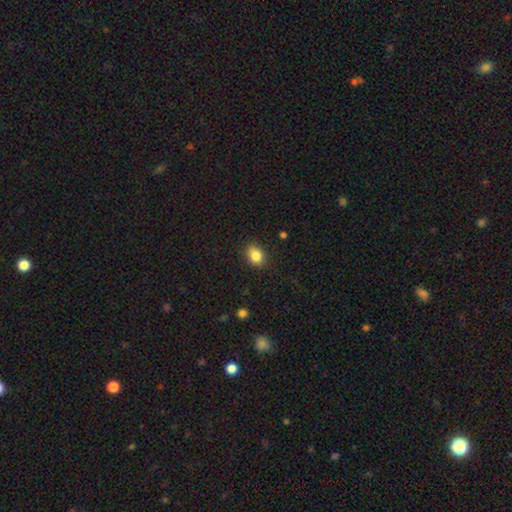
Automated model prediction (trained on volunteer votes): Overall: smooth (84%). How rounded: in between (67%; round 31%). Merging: none (86%).